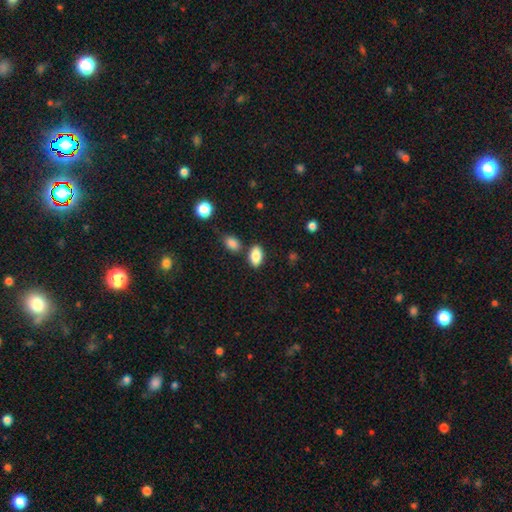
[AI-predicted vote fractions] Overall: smooth (86%). How rounded: in between (90%). Merging: none (77%).